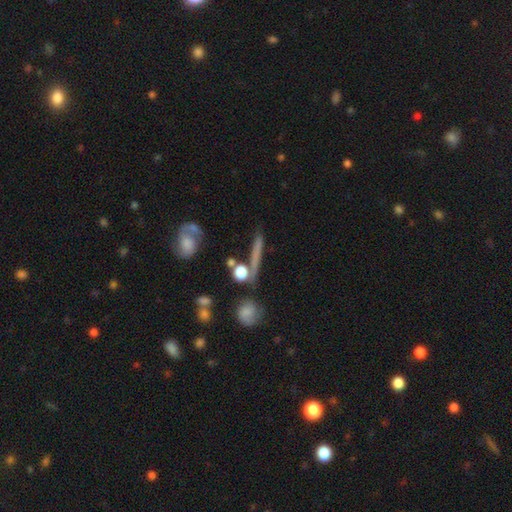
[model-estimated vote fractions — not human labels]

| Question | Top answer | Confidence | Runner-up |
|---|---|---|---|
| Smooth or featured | featured or disk | 44% | smooth (39%) |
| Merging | none | 64% | minor disturbance (16%) |